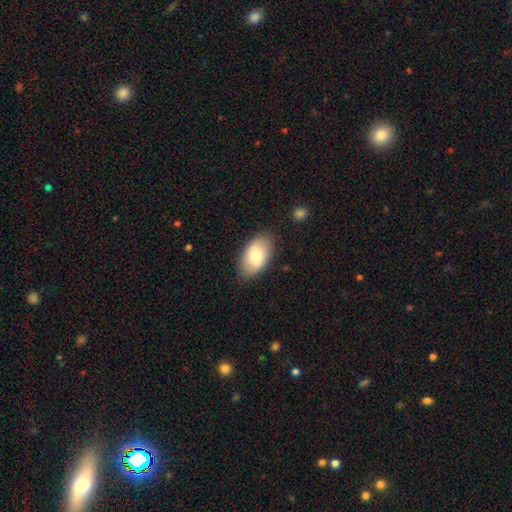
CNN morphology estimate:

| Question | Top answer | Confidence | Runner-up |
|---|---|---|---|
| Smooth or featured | smooth | 79% | featured or disk (15%) |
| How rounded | in between | 94% | round (4%) |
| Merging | none | 82% | minor disturbance (13%) |